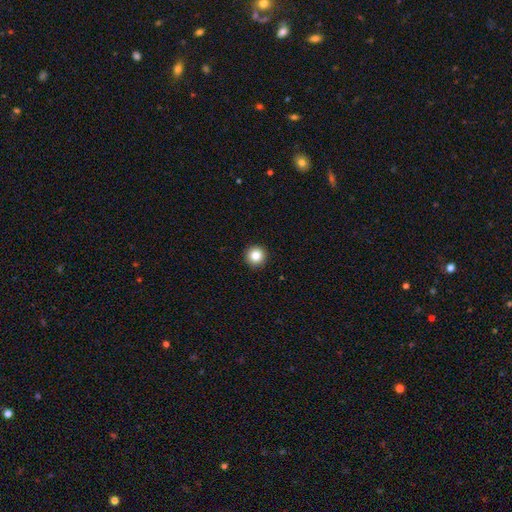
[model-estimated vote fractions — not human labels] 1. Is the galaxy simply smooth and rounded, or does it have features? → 85% smooth, 11% star or artifact, 5% featured or disk.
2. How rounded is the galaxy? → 96% round, 3% in between, 1% cigar-shaped.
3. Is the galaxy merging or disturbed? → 93% none, 4% minor disturbance, 1% major disturbance, 1% merger.